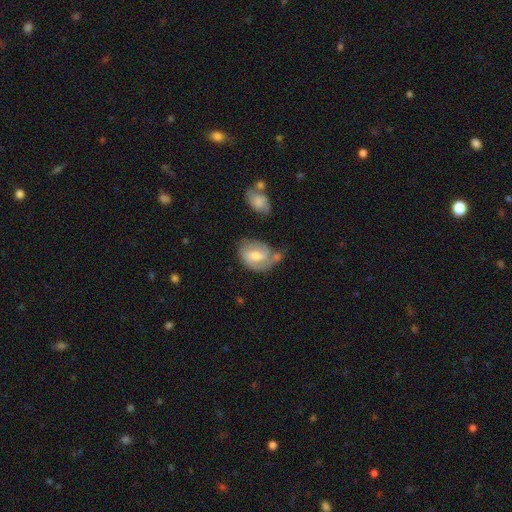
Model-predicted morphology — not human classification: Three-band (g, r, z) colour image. It shows a featured or disk galaxy (64%) with a weak bar (52%), 2 (62%) medium (44%) spiral arms (87%) and a moderate central bulge (56%). Merging: none (43%).